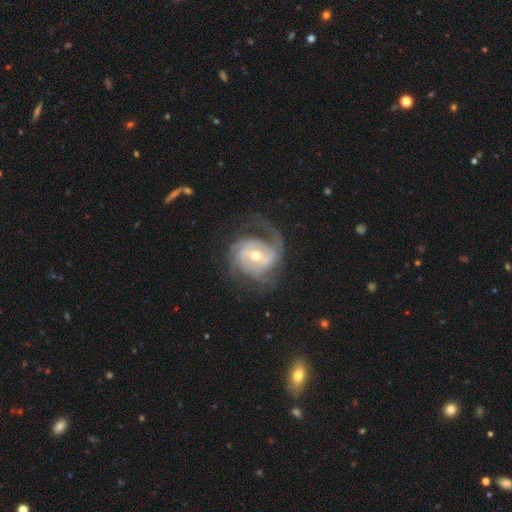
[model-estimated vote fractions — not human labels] Q: Smooth or featured?
A: featured or disk (86%); runner-up: smooth (9%)
Q: Edge-on disk?
A: no (97%); runner-up: yes (3%)
Q: Bar?
A: no (50%); runner-up: weak (37%)
Q: Spiral arms?
A: yes (95%); runner-up: no (5%)
Q: Spiral winding?
A: tight (40%); runner-up: medium (39%)
Q: Spiral arm count?
A: 2 (36%); runner-up: can't tell (22%)
Q: Bulge size?
A: moderate (57%); runner-up: small (38%)
Q: Merging?
A: none (57%); runner-up: major disturbance (23%)